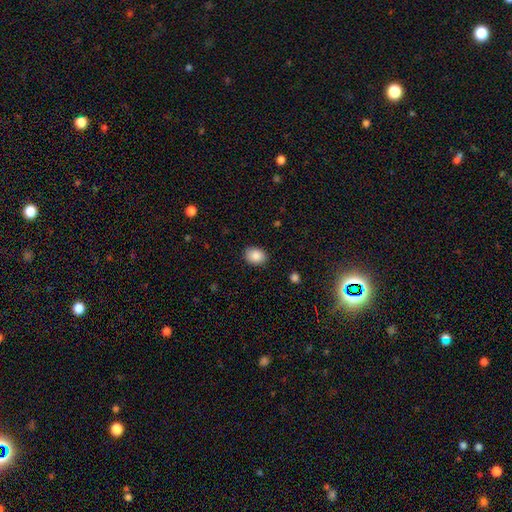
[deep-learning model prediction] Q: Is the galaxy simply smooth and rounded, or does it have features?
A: smooth — 88%.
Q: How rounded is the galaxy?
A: in between — 63%.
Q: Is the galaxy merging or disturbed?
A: none — 86%.